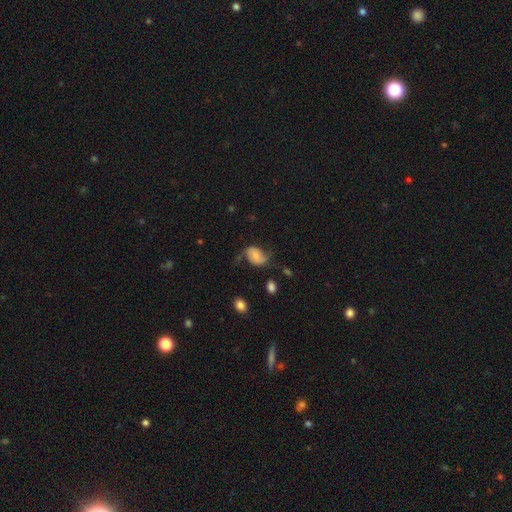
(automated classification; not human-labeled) This appears to be a featured or disk galaxy (56%) with no bar (61%), spiral arms (86%) and a small central bulge (48%). Merging: none (53%).